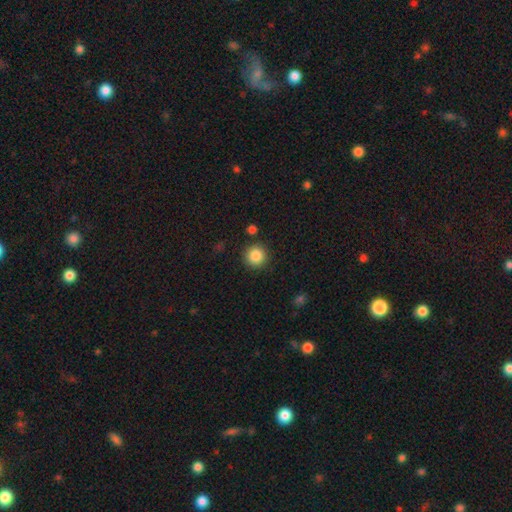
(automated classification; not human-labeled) This appears to be a smooth galaxy with no disk features (86%) that is round (95%). Merging: none (89%).